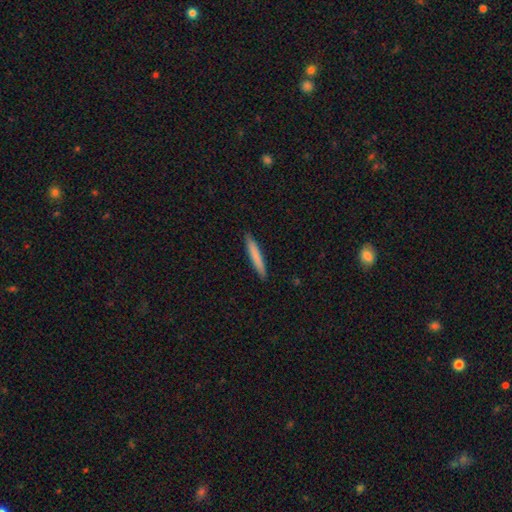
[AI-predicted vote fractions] A smooth galaxy with no disk features (78%) that is cigar-shaped (95%). Merging: none (91%).